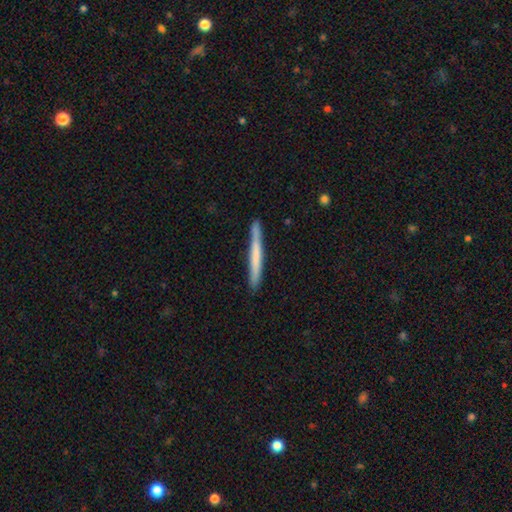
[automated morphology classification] smooth-or-featured: smooth: 59% | featured or disk: 35% | star or artifact: 5%
  how-rounded: cigar-shaped: 97% | in between: 2% | round: 1%
  merging: none: 88% | minor disturbance: 9% | merger: 2% | major disturbance: 1%